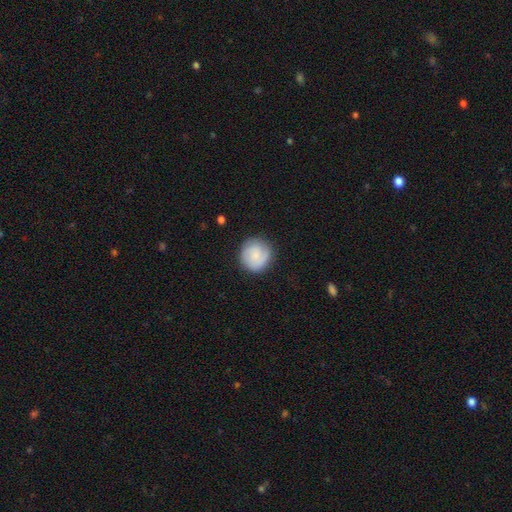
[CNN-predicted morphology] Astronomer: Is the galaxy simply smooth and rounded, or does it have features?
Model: smooth — 69%.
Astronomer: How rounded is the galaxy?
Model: round — 90%.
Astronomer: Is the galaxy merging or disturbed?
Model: none — 83%.